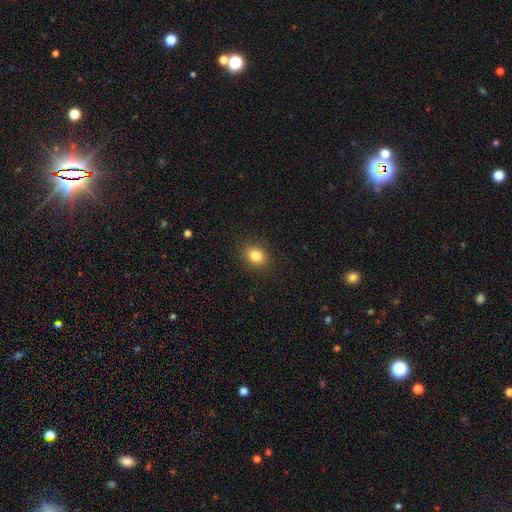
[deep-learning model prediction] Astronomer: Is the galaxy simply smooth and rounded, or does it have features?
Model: smooth — 83%.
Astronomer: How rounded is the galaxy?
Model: in between — 50% (runner-up: round, 49%).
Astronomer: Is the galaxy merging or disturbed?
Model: none — 89%.